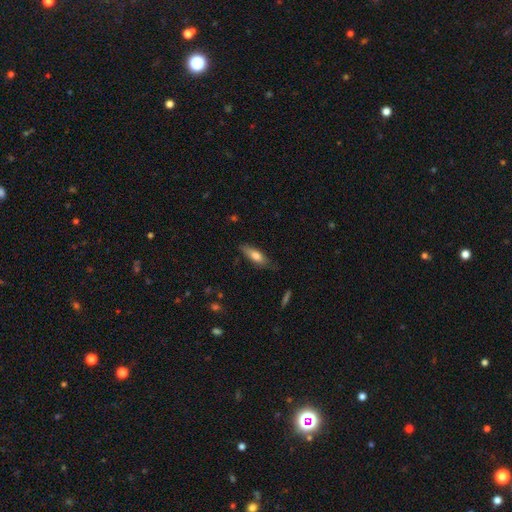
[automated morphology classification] Overall: smooth (74%). How rounded: in between (53%; cigar-shaped 45%). Merging: none (73%).